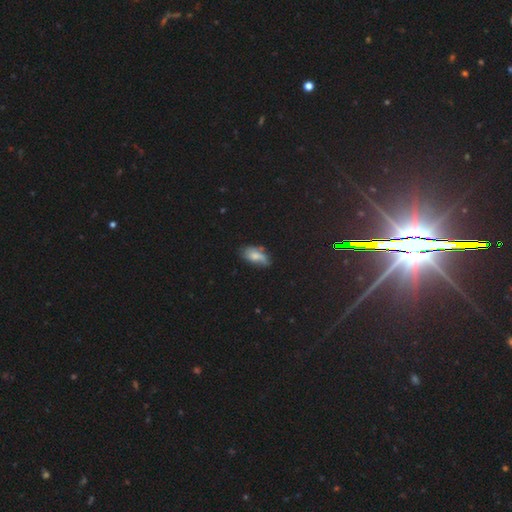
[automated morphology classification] Smooth or featured?
  - smooth: 58% *
  - featured or disk: 28%
  - star or artifact: 14%
How rounded?
  - in between: 89% *
  - cigar-shaped: 6%
  - round: 5%
Merging?
  - none: 46% *
  - minor disturbance: 33%
  - major disturbance: 15%
  - merger: 6%